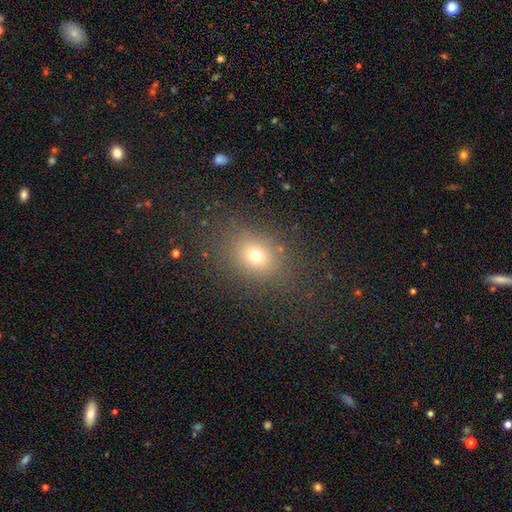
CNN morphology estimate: Smooth or featured? Predicted: smooth (p=0.70). How rounded? Predicted: round (p=0.52). Merging? Predicted: none (p=0.80).